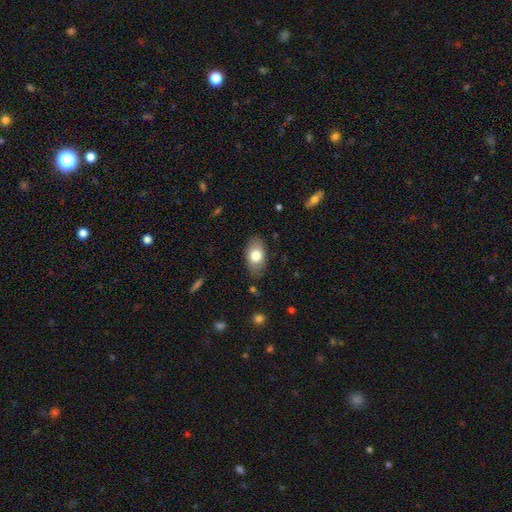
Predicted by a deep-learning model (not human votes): A smooth galaxy with no disk features (76%) that is in between round and cigar-shaped (91%). Merging: none (81%).